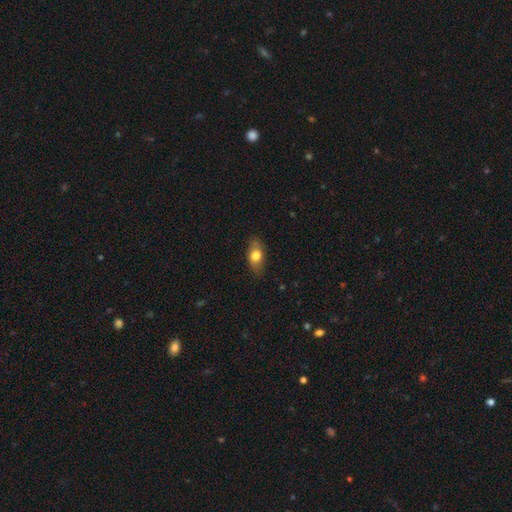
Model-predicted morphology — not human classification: Smooth or featured?
  - smooth: 70% *
  - featured or disk: 22%
  - star or artifact: 7%
How rounded?
  - in between: 82% *
  - round: 9%
  - cigar-shaped: 8%
Merging?
  - none: 78% *
  - minor disturbance: 17%
  - major disturbance: 4%
  - merger: 1%